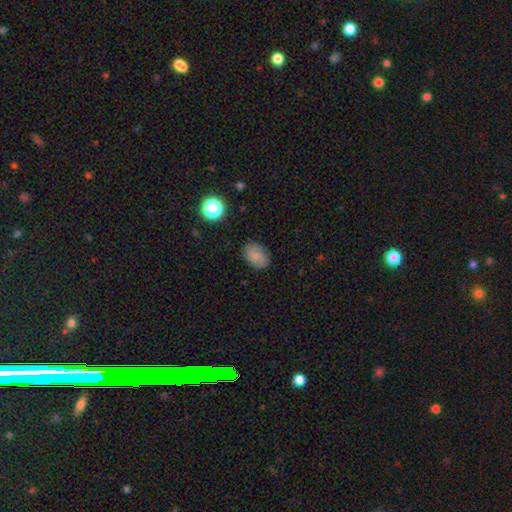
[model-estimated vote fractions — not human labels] Smooth or featured?
  - smooth: 81% *
  - star or artifact: 11%
  - featured or disk: 8%
How rounded?
  - in between: 79% *
  - round: 20%
  - cigar-shaped: 1%
Merging?
  - none: 81% *
  - minor disturbance: 14%
  - major disturbance: 3%
  - merger: 1%